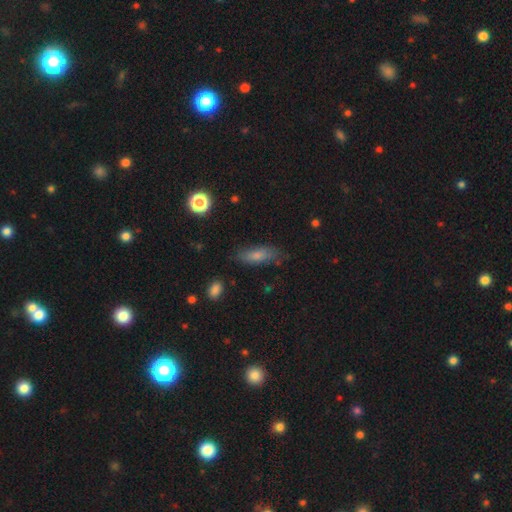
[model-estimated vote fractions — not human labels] smooth_or_featured: smooth (p=0.71) [alt: featured or disk p=0.19]
how_rounded: in between (p=0.65) [alt: cigar-shaped p=0.32]
merging: none (p=0.75) [alt: minor disturbance p=0.18]